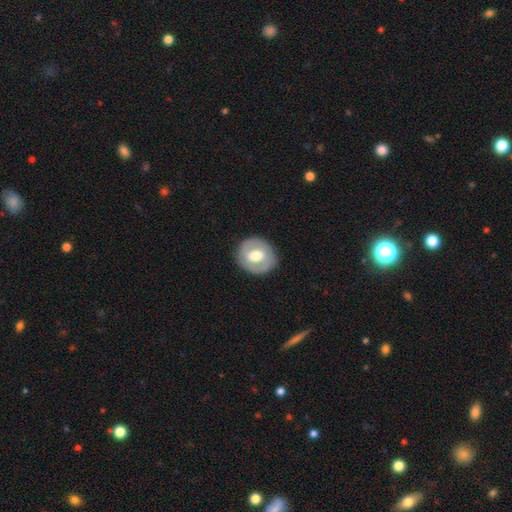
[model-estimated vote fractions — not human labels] A featured or disk galaxy (52%). Merging: none (86%).